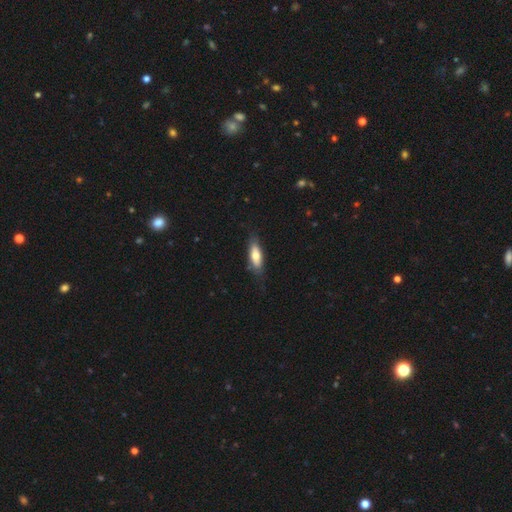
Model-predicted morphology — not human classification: Smooth or featured? Predicted: smooth (p=0.66). How rounded? Predicted: in between (p=0.63). Merging? Predicted: none (p=0.75).